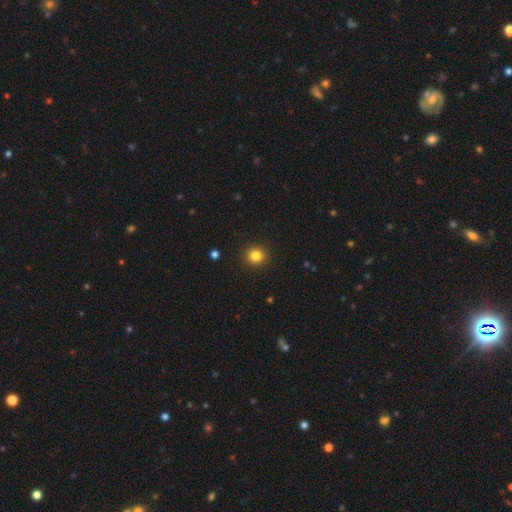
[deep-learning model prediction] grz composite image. It shows a smooth galaxy with no disk features (83%) that is round (91%). Merging: none (92%).